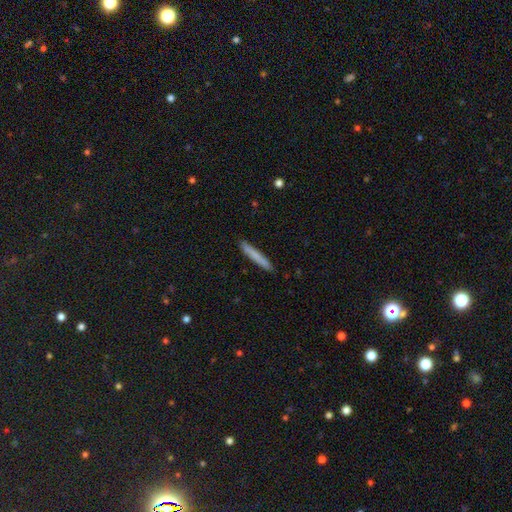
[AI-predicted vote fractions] Smooth or featured? smooth (77%)
How rounded? cigar-shaped (96%)
Merging? none (91%)